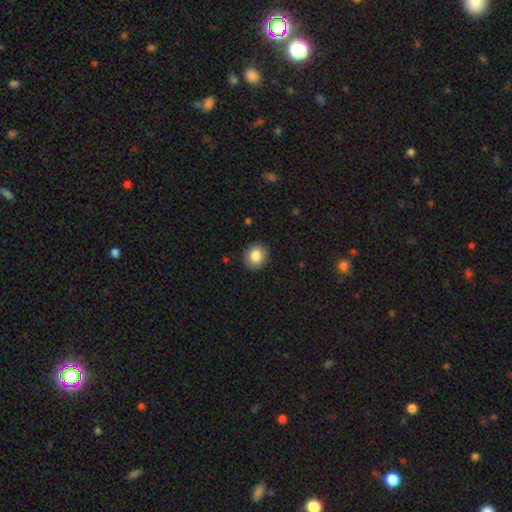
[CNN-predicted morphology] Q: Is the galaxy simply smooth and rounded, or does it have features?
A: smooth — 85%.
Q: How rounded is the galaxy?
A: round — 71%.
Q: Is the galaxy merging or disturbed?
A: none — 88%.